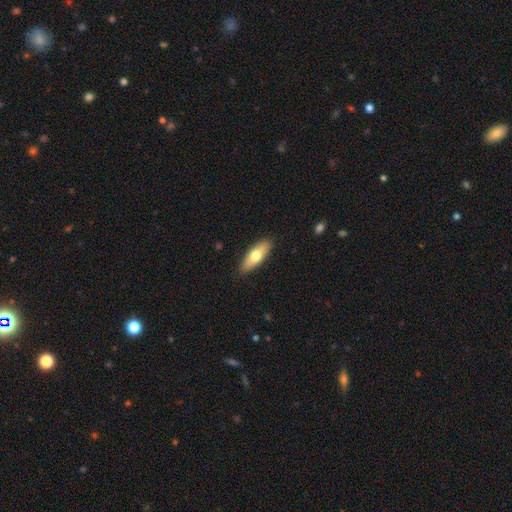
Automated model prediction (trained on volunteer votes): Smooth or featured: smooth — 66% (featured or disk — 28%)
How rounded: in between — 63% (cigar-shaped — 34%)
Merging: none — 88% (minor disturbance — 9%)